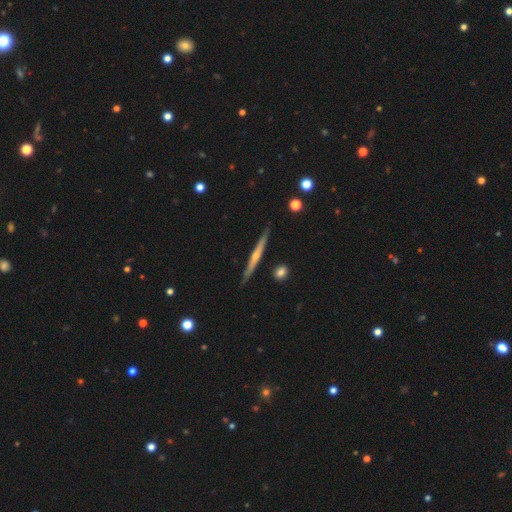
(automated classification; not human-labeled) Smooth or featured? Predicted: featured or disk (p=0.74). Edge-on disk? Predicted: yes (p=0.98). Edge-on bulge? Predicted: rounded (p=0.69). Merging? Predicted: none (p=0.90).